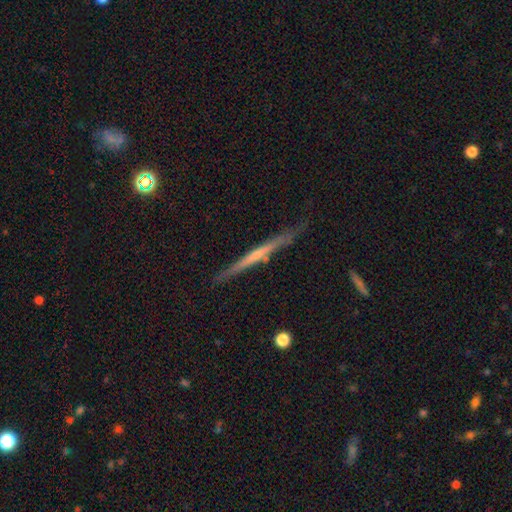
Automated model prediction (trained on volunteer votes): Morphology: type=featured or disk (68%); edge-on=yes (97%); edge-on bulge=none (58%); merging=none (78%).